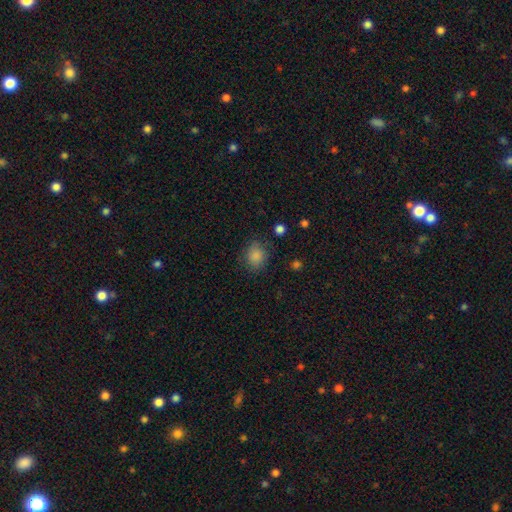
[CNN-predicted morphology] This is clearly a smooth galaxy (85%). How rounded: likely round (66%). Merging: likely none (79%).